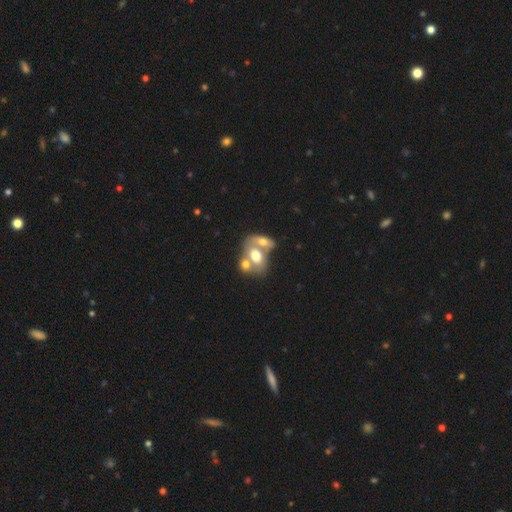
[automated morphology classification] type=smooth (61%); roundness=in between (73%); merging=merger (70%).